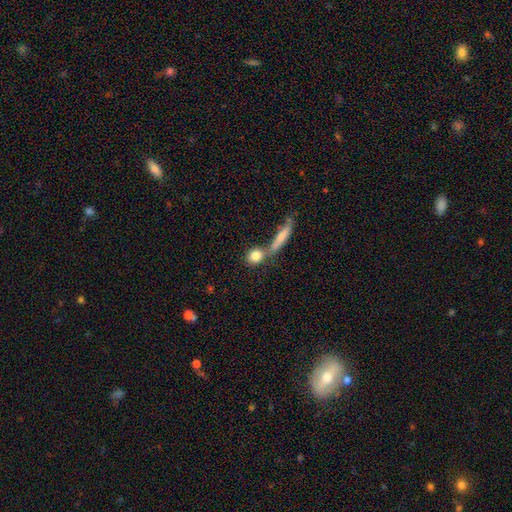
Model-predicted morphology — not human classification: A smooth galaxy with no disk features (81%) that is round (61%).

Vote fractions:
- Smooth or featured? smooth: 81% / featured or disk: 11% / star or artifact: 8%
- How rounded? round: 61% / in between: 27% / cigar-shaped: 12%
- Merging? none: 52% / merger: 34% / minor disturbance: 10% / major disturbance: 4%